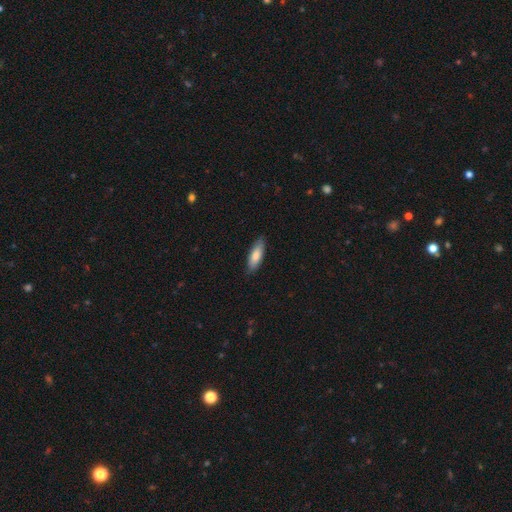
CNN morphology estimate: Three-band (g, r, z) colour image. It shows a smooth galaxy with no disk features (79%) that is in between round and cigar-shaped (53%). Merging: none (86%).